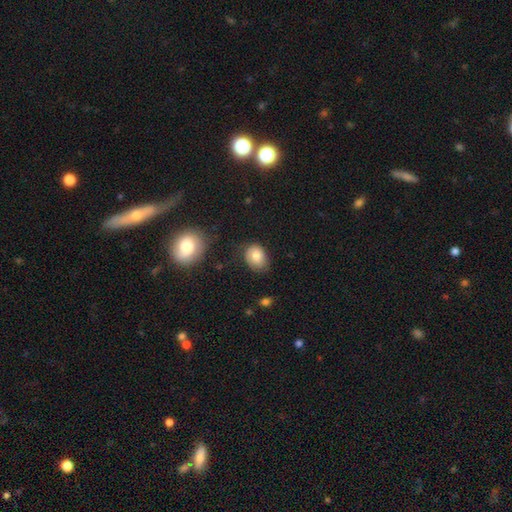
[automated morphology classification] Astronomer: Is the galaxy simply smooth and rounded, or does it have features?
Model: smooth — 79%.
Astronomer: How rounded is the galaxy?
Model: in between — 61% (runner-up: round, 38%).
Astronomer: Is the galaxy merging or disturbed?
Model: none — 68%.